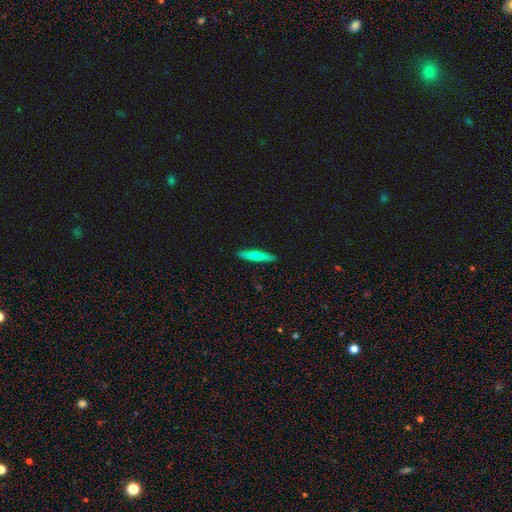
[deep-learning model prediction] smooth-or-featured: smooth: 67% | featured or disk: 28% | star or artifact: 6%
  how-rounded: cigar-shaped: 90% | in between: 8% | round: 2%
  merging: none: 91% | minor disturbance: 7% | major disturbance: 1% | merger: 1%